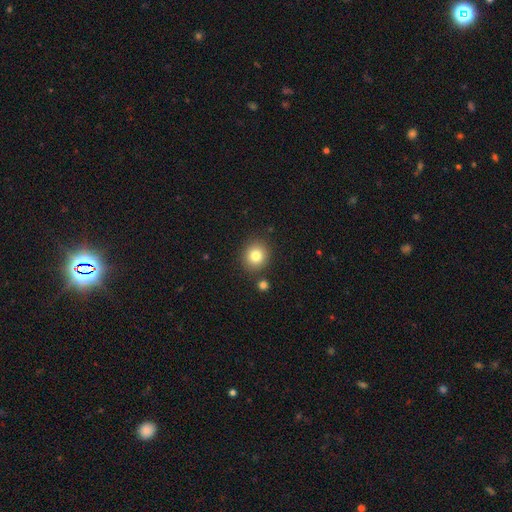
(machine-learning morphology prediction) Overall: smooth (81%). How rounded: round (85%). Merging: none (85%).